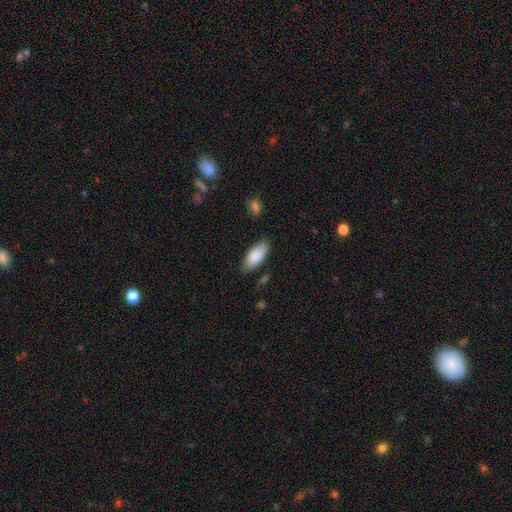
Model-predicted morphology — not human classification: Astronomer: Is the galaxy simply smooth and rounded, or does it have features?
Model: smooth — 85%.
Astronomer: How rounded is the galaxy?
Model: in between — 87%.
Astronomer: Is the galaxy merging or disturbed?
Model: none — 77%.